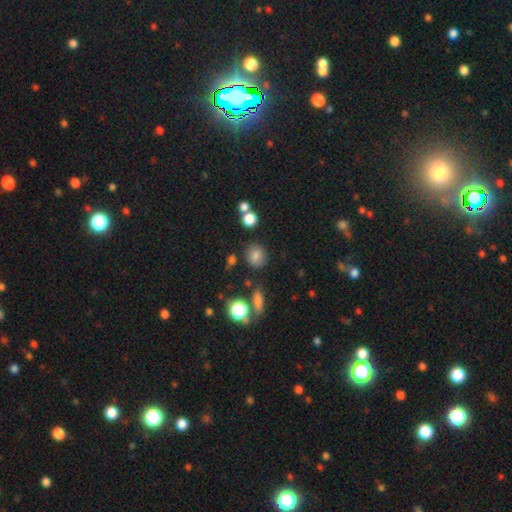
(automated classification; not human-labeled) Smooth or featured?
  - smooth: 78% *
  - star or artifact: 14%
  - featured or disk: 8%
How rounded?
  - round: 72% *
  - in between: 26%
  - cigar-shaped: 1%
Merging?
  - none: 78% *
  - minor disturbance: 13%
  - merger: 5%
  - major disturbance: 4%